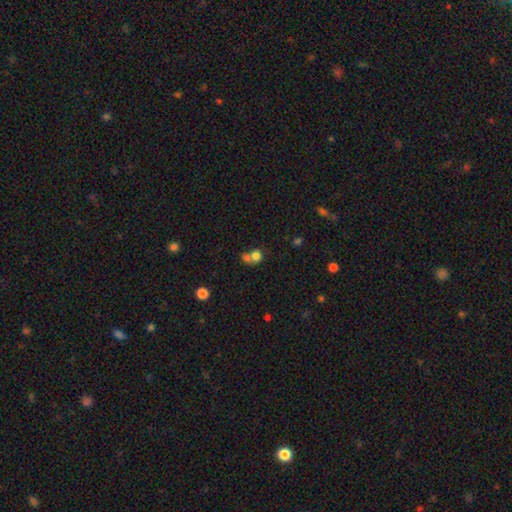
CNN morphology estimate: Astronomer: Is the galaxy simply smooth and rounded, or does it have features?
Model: smooth — 75%.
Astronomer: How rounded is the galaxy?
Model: round — 71%.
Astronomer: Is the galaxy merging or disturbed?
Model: merger — 59%.